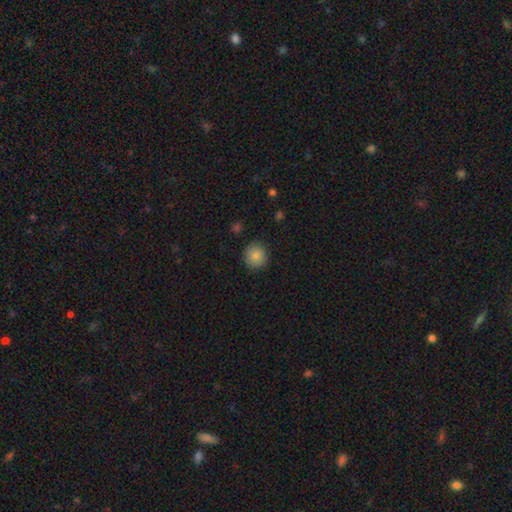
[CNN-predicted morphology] This is clearly a smooth galaxy (85%). How rounded: clearly round (91%). Merging: clearly none (89%).